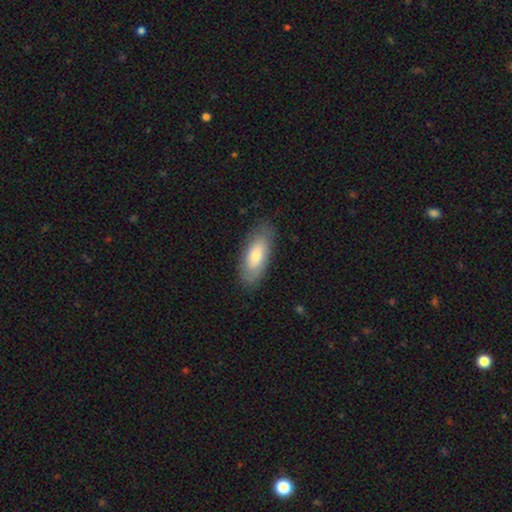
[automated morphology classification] Smooth or featured: smooth — 71% (featured or disk — 23%)
How rounded: in between — 82% (cigar-shaped — 16%)
Merging: none — 83% (minor disturbance — 13%)